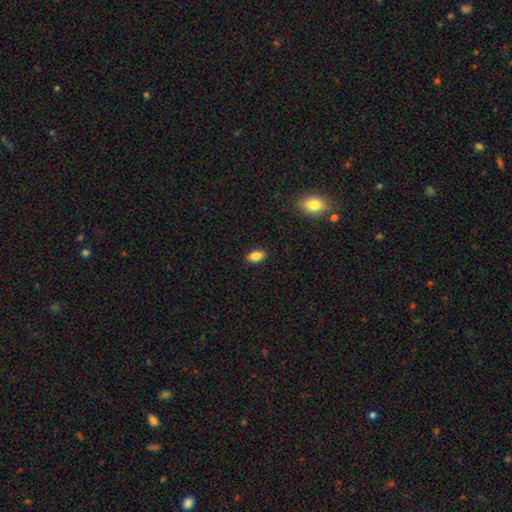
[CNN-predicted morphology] Smooth or featured? Predicted: smooth (p=0.84). How rounded? Predicted: in between (p=0.89). Merging? Predicted: none (p=0.88).